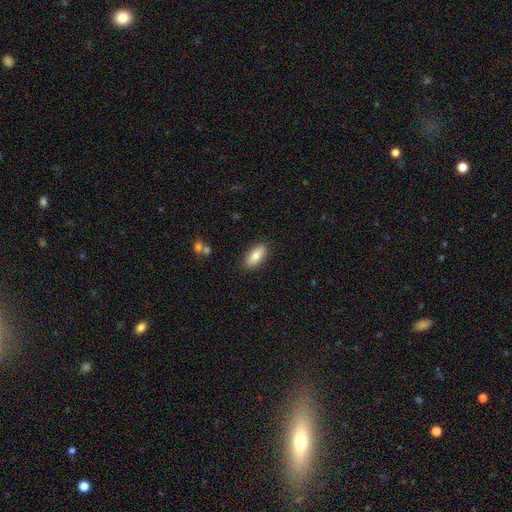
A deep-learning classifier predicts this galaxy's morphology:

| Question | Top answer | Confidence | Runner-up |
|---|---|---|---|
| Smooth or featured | smooth | 81% | featured or disk (12%) |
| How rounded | in between | 86% | cigar-shaped (11%) |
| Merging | none | 87% | minor disturbance (10%) |